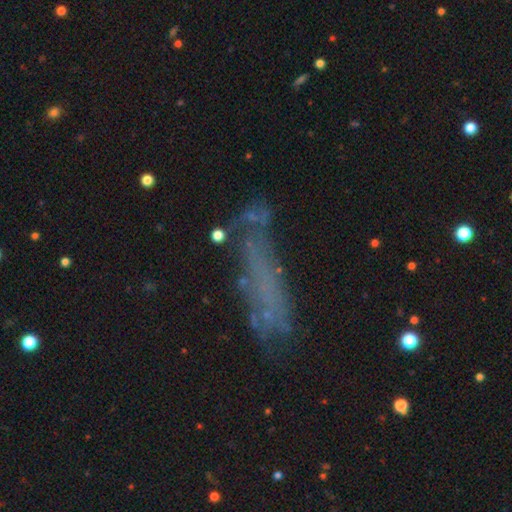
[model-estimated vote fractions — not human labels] smooth 42%, featured or disk 40%, star or artifact 18%. Down the decision tree: merging — none (56%).